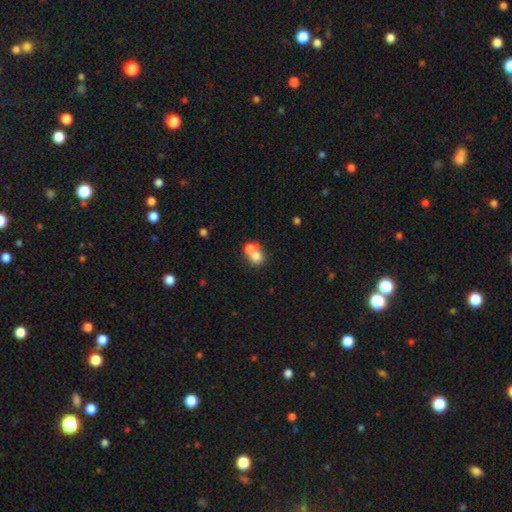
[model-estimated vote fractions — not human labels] Smooth or featured: smooth — 72% (featured or disk — 17%)
How rounded: round — 70% (in between — 29%)
Merging: merger — 61% (none — 29%)